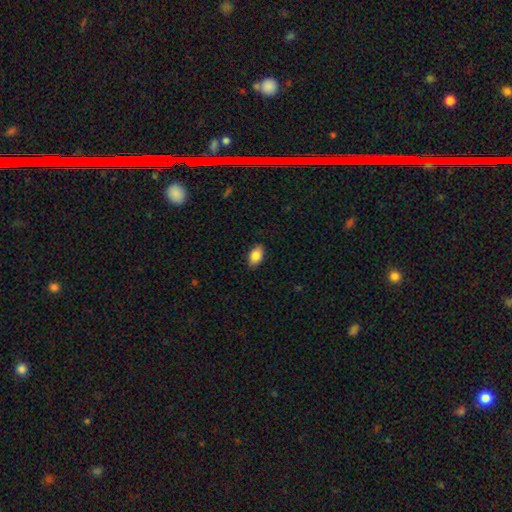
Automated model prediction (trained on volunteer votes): Morphology: type=smooth (85%); roundness=in between (91%); merging=none (88%).